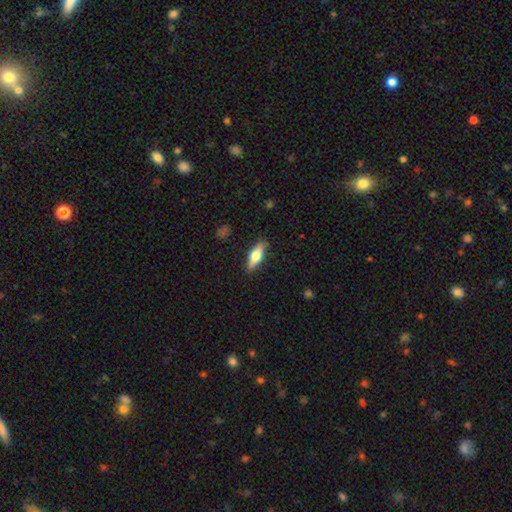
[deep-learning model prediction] smooth 56%, featured or disk 38%, star or artifact 6%. Down the decision tree: how rounded — in between (50%); merging — none (87%).